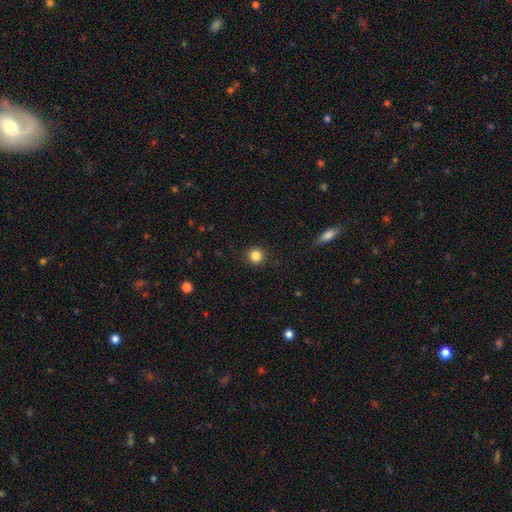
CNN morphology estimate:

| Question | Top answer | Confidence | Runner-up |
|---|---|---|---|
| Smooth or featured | smooth | 85% | star or artifact (11%) |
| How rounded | round | 94% | in between (5%) |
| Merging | none | 91% | minor disturbance (6%) |